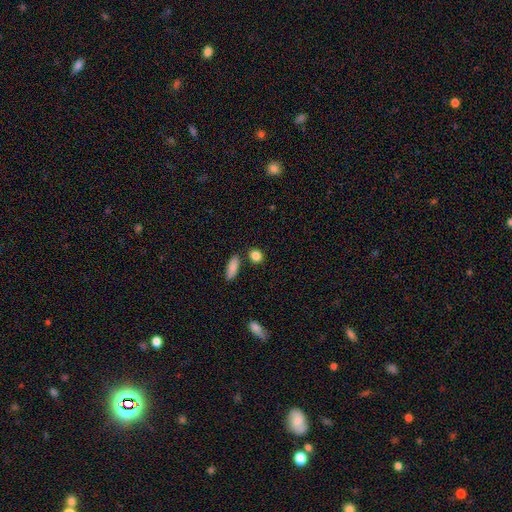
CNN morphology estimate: A smooth galaxy with no disk features (87%) that is round (53%). Merging: none (79%).